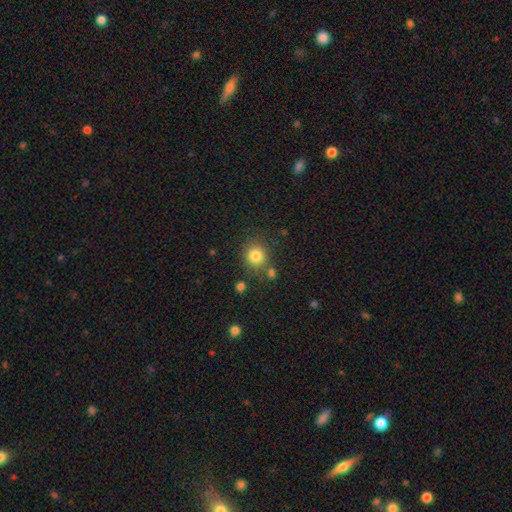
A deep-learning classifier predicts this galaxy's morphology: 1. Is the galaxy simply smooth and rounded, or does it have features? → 82% smooth, 12% star or artifact, 7% featured or disk.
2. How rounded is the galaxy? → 86% round, 13% in between, 1% cigar-shaped.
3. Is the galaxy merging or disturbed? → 76% none, 11% minor disturbance, 9% merger, 4% major disturbance.